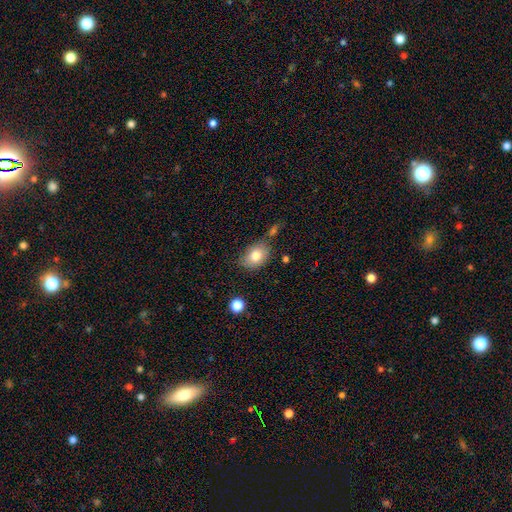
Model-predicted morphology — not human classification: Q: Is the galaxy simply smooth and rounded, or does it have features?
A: smooth — 79%.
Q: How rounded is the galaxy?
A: in between — 72%.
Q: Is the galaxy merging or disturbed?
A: none — 63%.